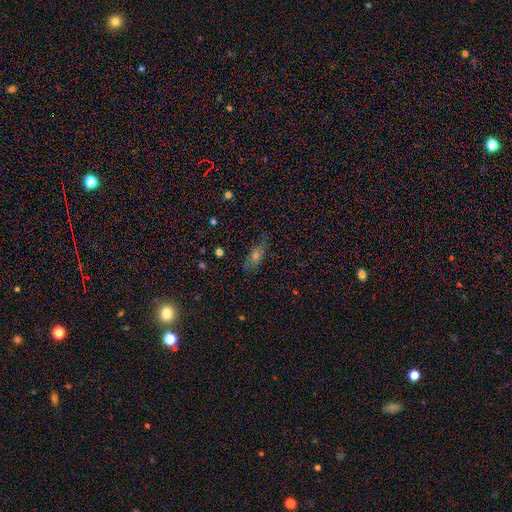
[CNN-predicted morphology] smooth 51%, featured or disk 27%, star or artifact 22%. Down the decision tree: how rounded — in between (66%); merging — none (75%).